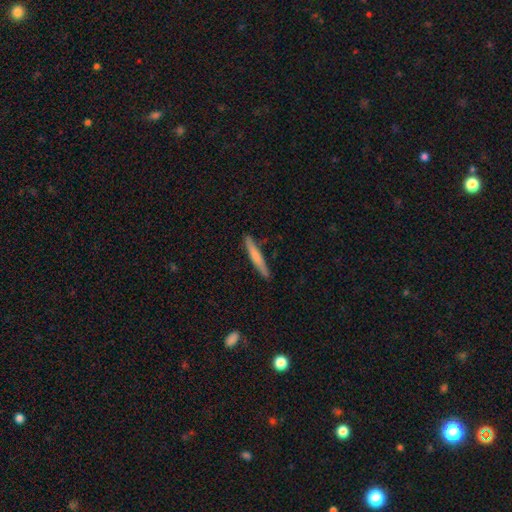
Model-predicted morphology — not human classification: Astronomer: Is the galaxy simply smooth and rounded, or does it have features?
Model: smooth — 62%.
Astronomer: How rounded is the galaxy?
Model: cigar-shaped — 95%.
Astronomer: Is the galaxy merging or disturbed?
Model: none — 87%.